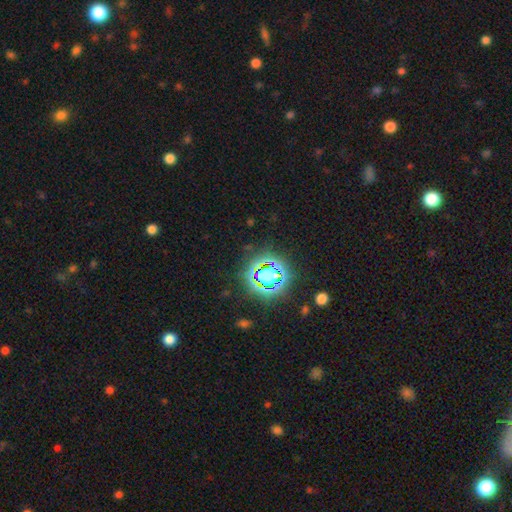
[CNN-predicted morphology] A star or artifact, not a galaxy (80%).